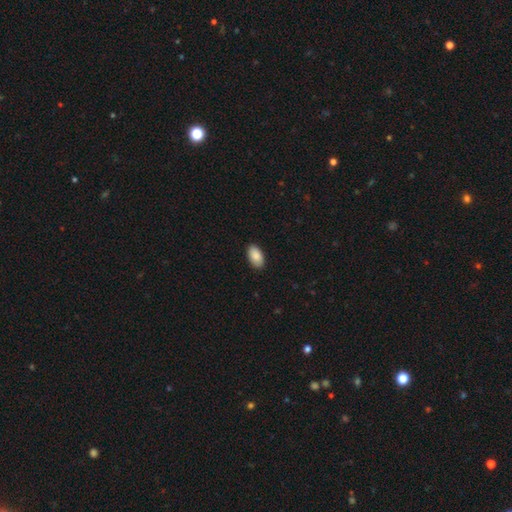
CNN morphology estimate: Q: Smooth or featured?
A: smooth (89%); runner-up: star or artifact (6%)
Q: How rounded?
A: in between (95%); runner-up: round (3%)
Q: Merging?
A: none (90%); runner-up: minor disturbance (8%)